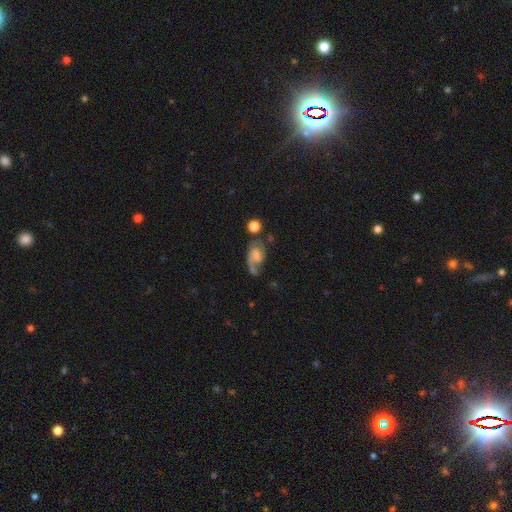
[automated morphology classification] This is likely a featured or disk galaxy (70%). It is clearly not viewed edge-on (97%). Bar: marginally weak (44%). Spiral arm pattern: clearly yes (91%). Spiral arm count: possibly 2 (52%). Spiral winding: marginally medium (43%). Central bulge: marginally small (34%, tied with none). Merging: marginally none (42%).